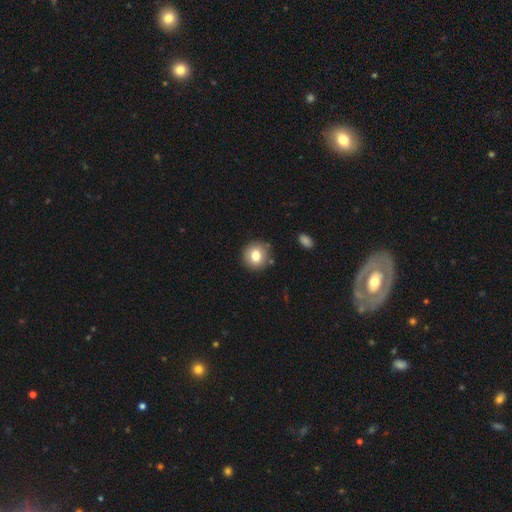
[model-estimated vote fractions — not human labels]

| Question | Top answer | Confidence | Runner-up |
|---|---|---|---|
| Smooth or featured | smooth | 79% | featured or disk (11%) |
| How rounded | round | 89% | in between (10%) |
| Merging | none | 85% | minor disturbance (10%) |